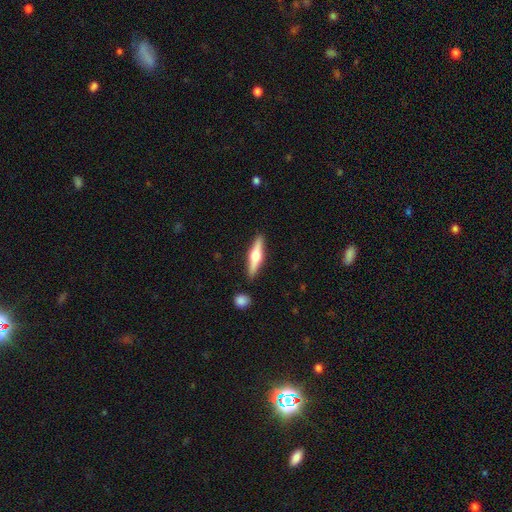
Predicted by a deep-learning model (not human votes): smooth-or-featured: featured or disk: 62% | smooth: 33% | star or artifact: 5%
  disk-edge-on: yes: 96% | no: 4%
    edge-on-bulge: rounded: 95% | boxy: 3% | none: 2%
  merging: none: 89% | minor disturbance: 7% | merger: 2% | major disturbance: 2%